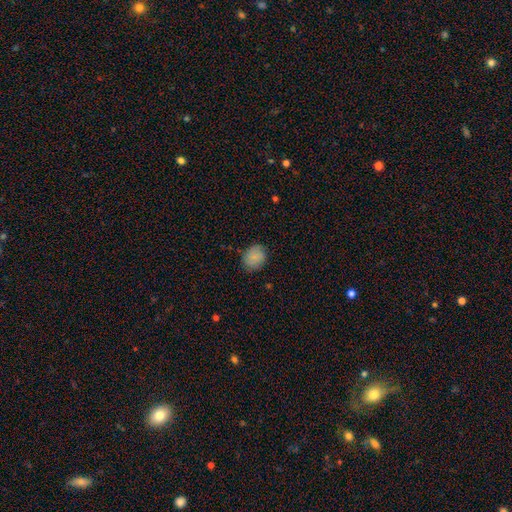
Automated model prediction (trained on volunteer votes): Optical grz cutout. It shows a smooth galaxy with no disk features (85%) that is round (58%). Merging: none (79%).